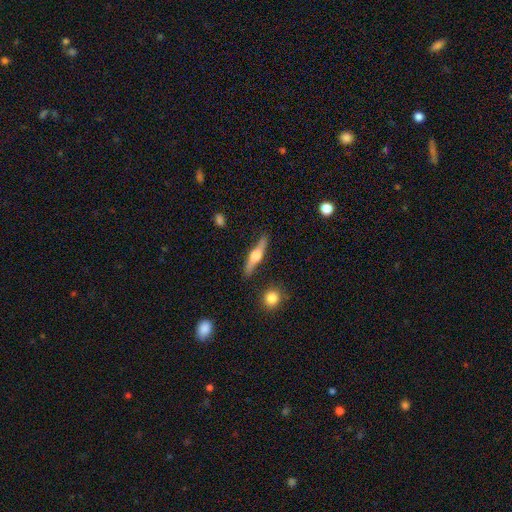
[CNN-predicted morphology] Q: Smooth or featured?
A: featured or disk (66%); runner-up: smooth (29%)
Q: Edge-on disk?
A: yes (95%); runner-up: no (5%)
Q: Edge-on bulge?
A: rounded (93%); runner-up: boxy (5%)
Q: Merging?
A: none (85%); runner-up: minor disturbance (10%)